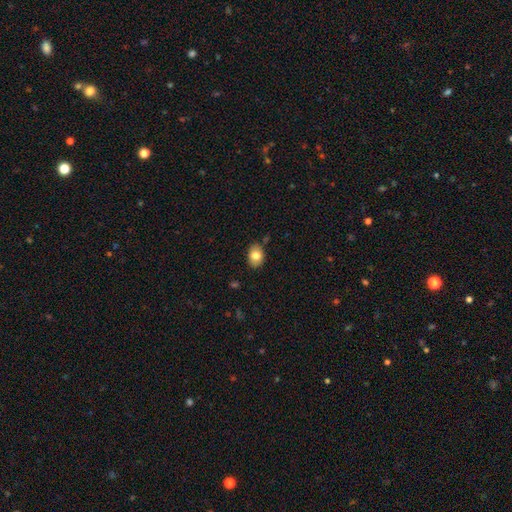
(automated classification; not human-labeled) Overall: smooth (81%). How rounded: in between (77%). Merging: none (82%).